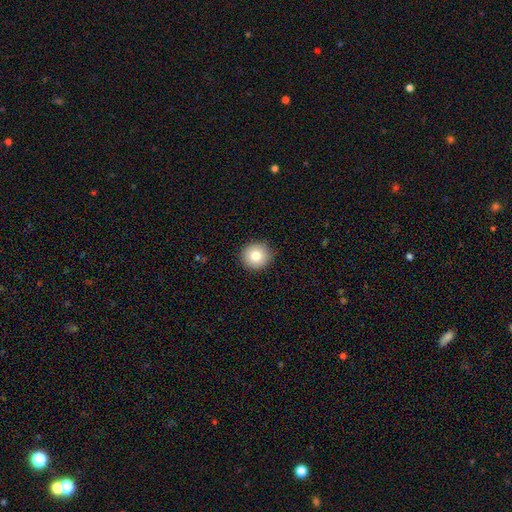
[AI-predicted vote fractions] smooth 80%, featured or disk 11%, star or artifact 10%. Down the decision tree: how rounded — round (91%); merging — none (91%).